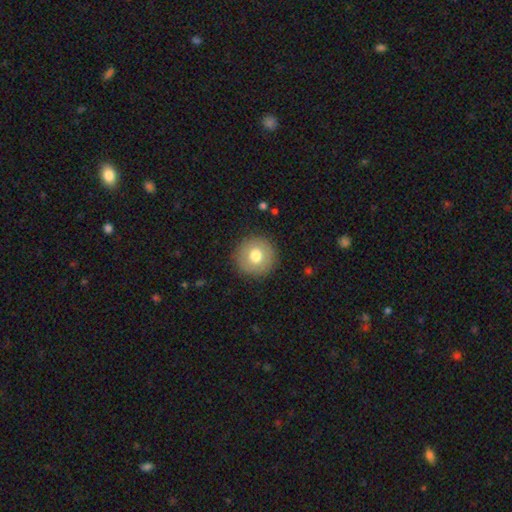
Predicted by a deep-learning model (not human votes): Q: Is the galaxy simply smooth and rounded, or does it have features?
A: smooth — 75%.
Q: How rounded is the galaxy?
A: round — 96%.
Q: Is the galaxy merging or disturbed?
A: none — 90%.